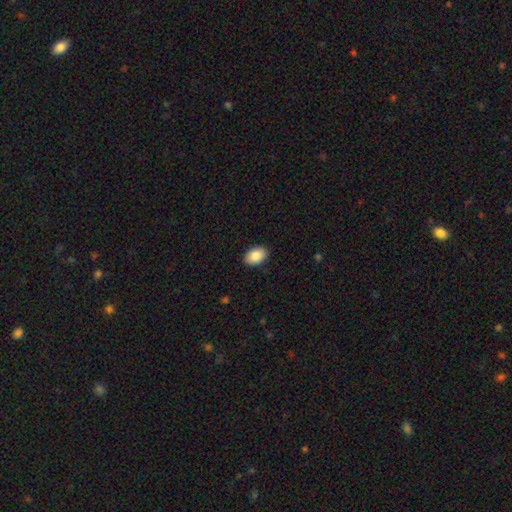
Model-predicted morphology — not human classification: A smooth galaxy with no disk features (87%) that is in between round and cigar-shaped (89%). Merging: none (90%).